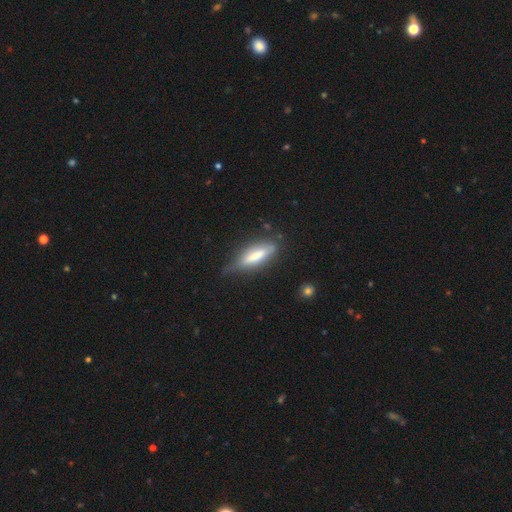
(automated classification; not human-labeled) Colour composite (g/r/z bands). It shows a smooth galaxy with no disk features (52%) that is cigar-shaped (62%). Merging: none (62%).